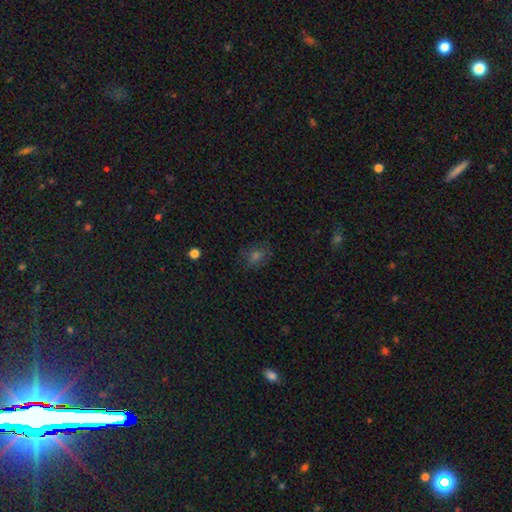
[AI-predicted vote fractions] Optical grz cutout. It shows a smooth galaxy with no disk features (56%) that is round (59%). Merging: none (80%).